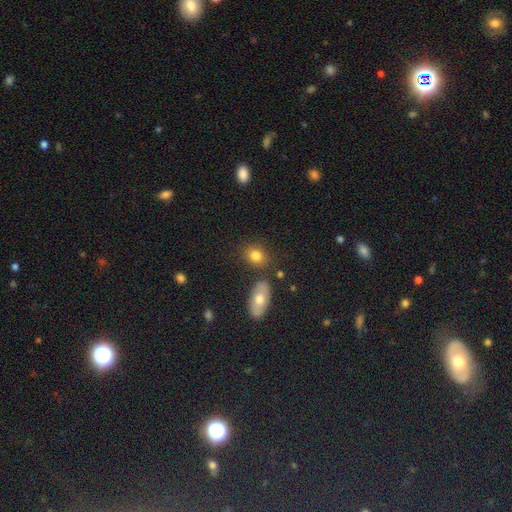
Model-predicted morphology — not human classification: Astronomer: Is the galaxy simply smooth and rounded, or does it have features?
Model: smooth — 80%.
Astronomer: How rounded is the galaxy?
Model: in between — 59% (runner-up: round, 39%).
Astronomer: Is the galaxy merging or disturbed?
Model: none — 74%.